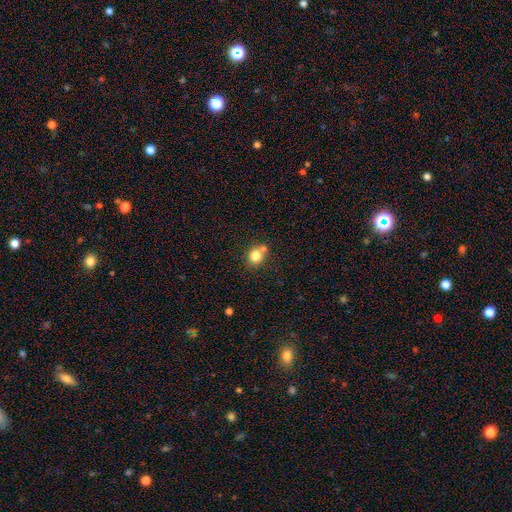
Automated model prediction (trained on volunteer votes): A smooth galaxy with no disk features (80%) that is round (75%).

Vote fractions:
- Smooth or featured? smooth: 80% / star or artifact: 11% / featured or disk: 9%
- How rounded? round: 75% / in between: 24% / cigar-shaped: 1%
- Merging? none: 56% / merger: 30% / minor disturbance: 10% / major disturbance: 3%